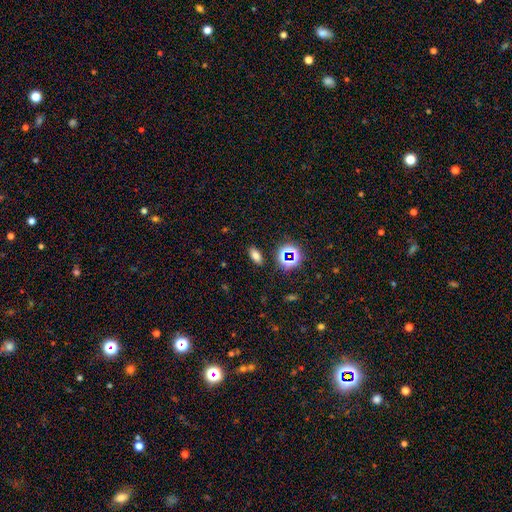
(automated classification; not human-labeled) This is likely a smooth galaxy (70%). How rounded: clearly in between (84%). Merging: clearly none (87%).